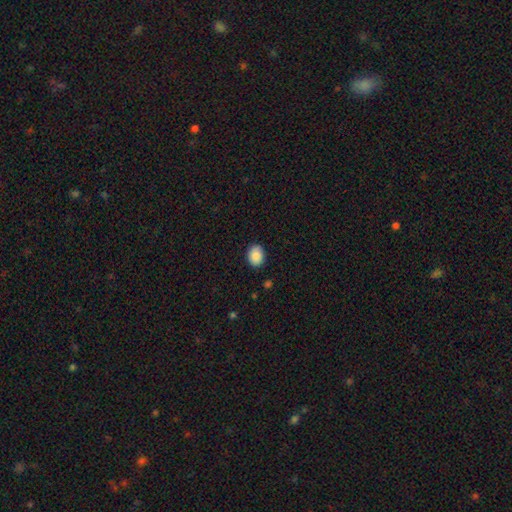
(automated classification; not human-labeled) smooth 89%, star or artifact 7%, featured or disk 4%. Down the decision tree: how rounded — in between (66%); merging — none (88%).